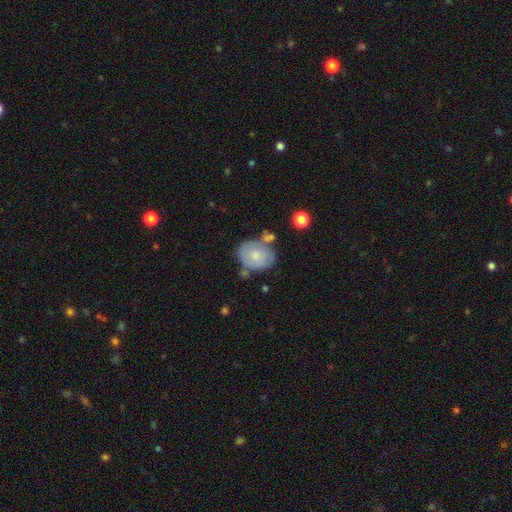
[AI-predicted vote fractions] A smooth galaxy with no disk features (60%) that is in between round and cigar-shaped (54%).

Vote fractions:
- Smooth or featured? smooth: 60% / featured or disk: 33% / star or artifact: 7%
- How rounded? in between: 54% / round: 45% / cigar-shaped: 1%
- Merging? none: 54% / minor disturbance: 24% / merger: 15% / major disturbance: 7%